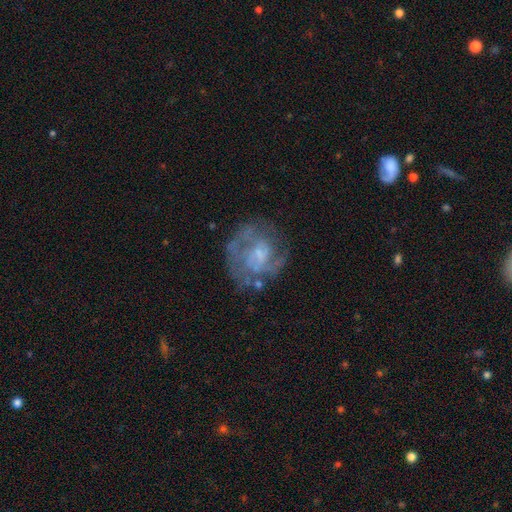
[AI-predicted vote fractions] Overall: featured or disk (76%). Edge-on disk: no (98%). Bar: no (59%; weak 34%). Spiral arms: yes (78%). Spiral arm count: can't tell (36%; 2 34%). Spiral winding: tight (45%; medium 40%). Bulge size: small (51%; moderate 26%). Merging: none (65%).